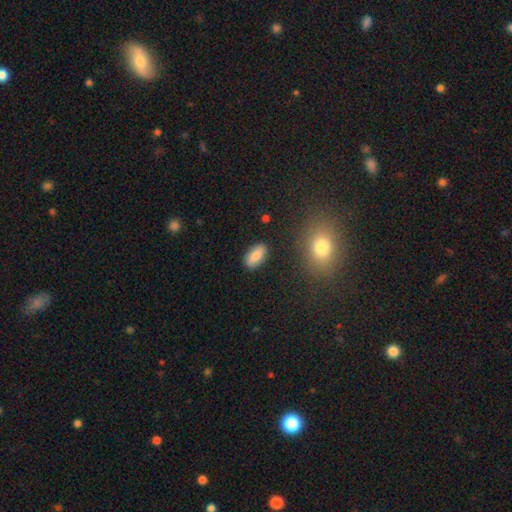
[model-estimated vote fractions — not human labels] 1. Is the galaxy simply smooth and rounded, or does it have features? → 78% smooth, 15% featured or disk, 7% star or artifact.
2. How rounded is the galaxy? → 90% in between, 6% cigar-shaped, 4% round.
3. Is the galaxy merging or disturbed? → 86% none, 10% minor disturbance, 2% major disturbance, 2% merger.